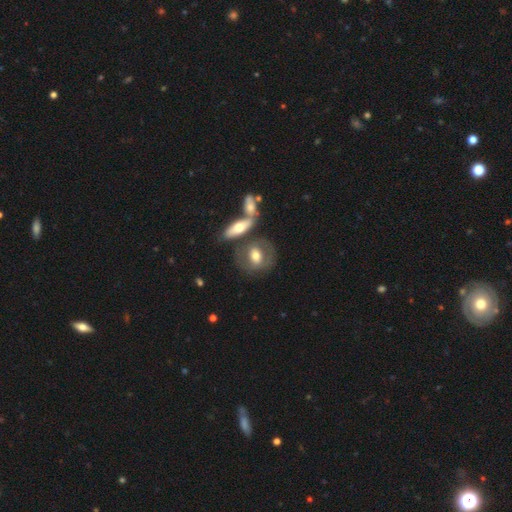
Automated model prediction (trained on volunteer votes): The model was most divided on "smooth or featured": smooth: 48%, featured or disk: 46%, star or artifact: 6%. More confident: merging — none (57%).